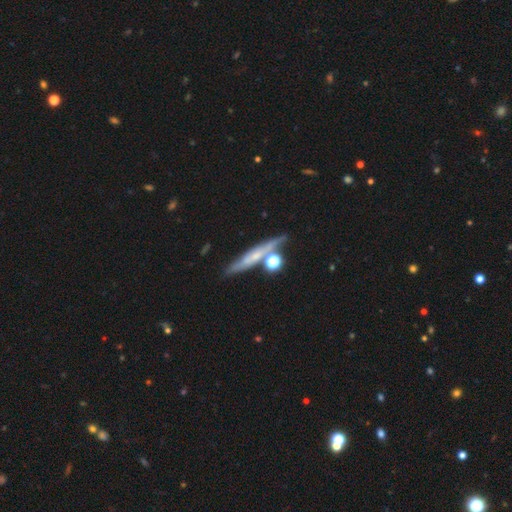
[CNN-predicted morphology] Overall: featured or disk (51%; smooth 37%). Edge-on disk: yes (79%). Merging: none (67%).